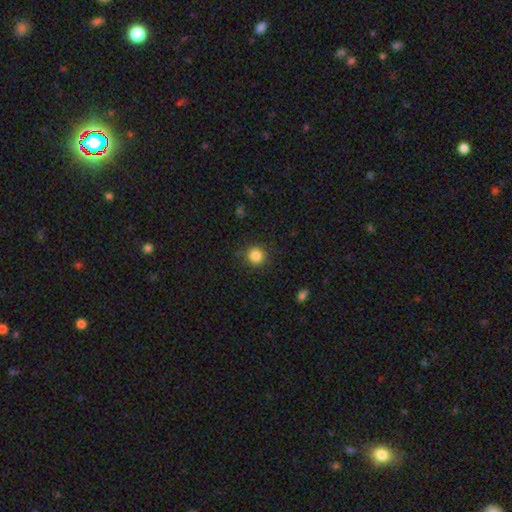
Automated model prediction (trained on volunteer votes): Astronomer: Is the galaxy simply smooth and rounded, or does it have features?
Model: smooth — 84%.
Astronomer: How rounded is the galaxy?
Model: round — 92%.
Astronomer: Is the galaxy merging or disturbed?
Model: none — 86%.